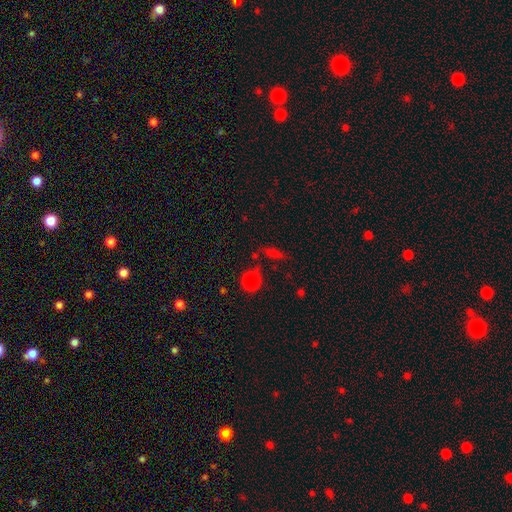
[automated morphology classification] This is likely a smooth galaxy (66%). How rounded: possibly round (55%). Merging: likely none (65%).